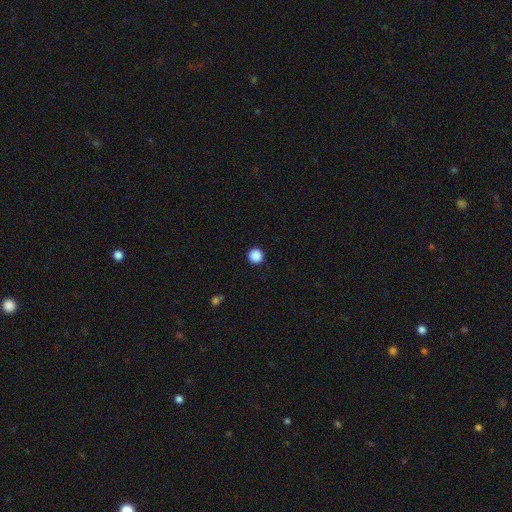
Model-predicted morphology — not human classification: type=smooth (88%); roundness=round (97%); merging=none (93%).